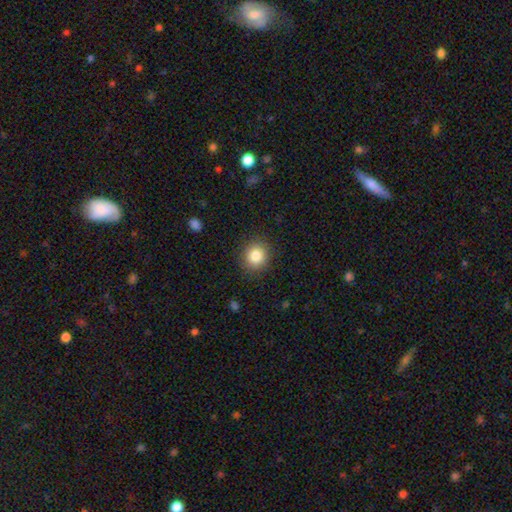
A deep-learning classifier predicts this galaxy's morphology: smooth-or-featured: smooth: 84% | star or artifact: 10% | featured or disk: 6%
  how-rounded: round: 83% | in between: 16% | cigar-shaped: 1%
  merging: none: 89% | minor disturbance: 7% | major disturbance: 3% | merger: 1%